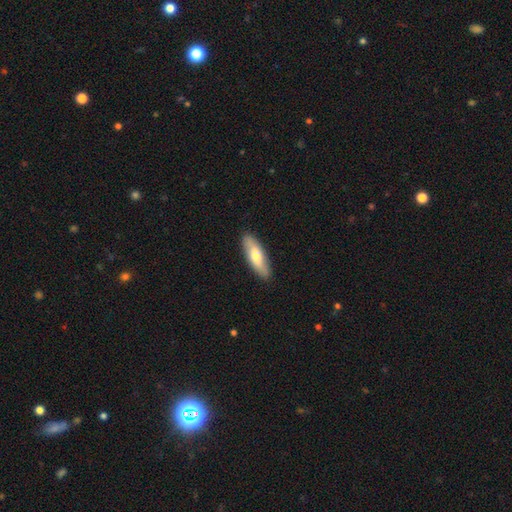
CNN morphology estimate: smooth-or-featured: smooth: 65% | featured or disk: 30% | star or artifact: 5%
  how-rounded: in between: 58% | cigar-shaped: 40% | round: 2%
  merging: none: 88% | minor disturbance: 9% | major disturbance: 2% | merger: 1%